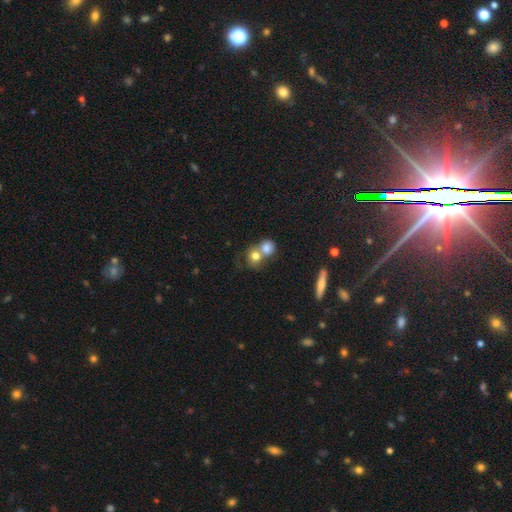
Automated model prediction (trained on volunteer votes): This appears to be a smooth galaxy with no disk features (76%) that is round (76%). Merging: merger (60%).